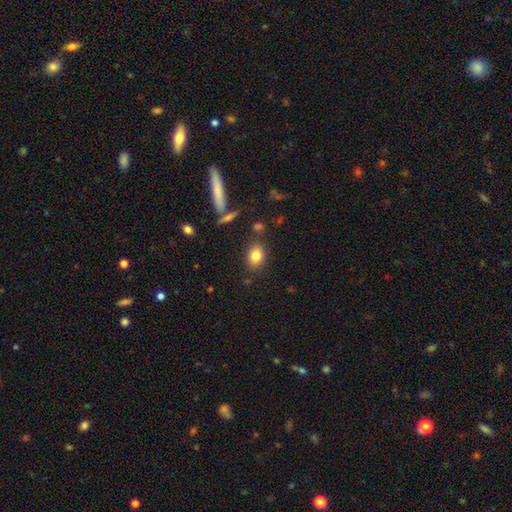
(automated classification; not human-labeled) A smooth galaxy with no disk features (82%) that is in between round and cigar-shaped (72%).

Vote fractions:
- Smooth or featured? smooth: 82% / star or artifact: 9% / featured or disk: 9%
- How rounded? in between: 72% / round: 26% / cigar-shaped: 2%
- Merging? none: 81% / minor disturbance: 11% / merger: 5% / major disturbance: 3%